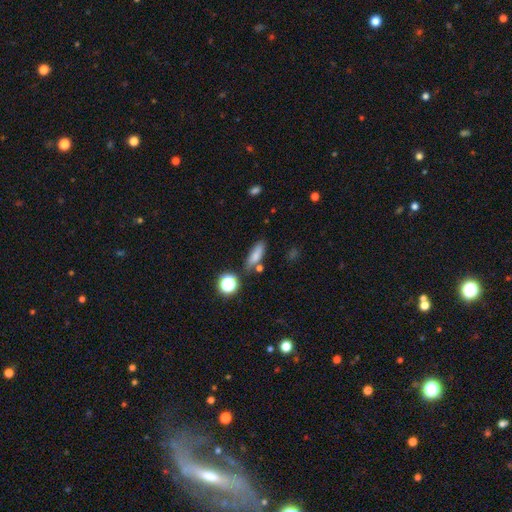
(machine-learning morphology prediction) Overall: smooth (77%). How rounded: in between (51%; cigar-shaped 42%). Merging: none (71%).